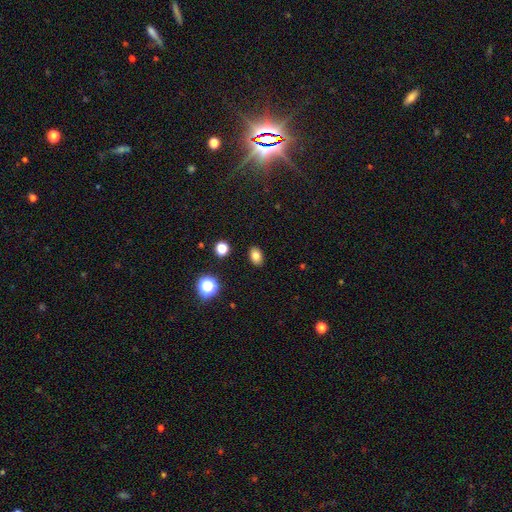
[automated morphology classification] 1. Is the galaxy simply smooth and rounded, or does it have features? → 81% smooth, 13% star or artifact, 7% featured or disk.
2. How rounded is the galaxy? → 79% in between, 20% round, 1% cigar-shaped.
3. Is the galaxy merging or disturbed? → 89% none, 8% minor disturbance, 2% major disturbance, 1% merger.